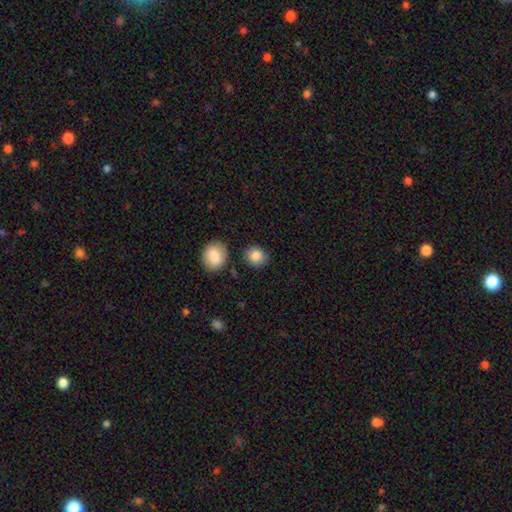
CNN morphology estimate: type=smooth (86%); roundness=round (74%); merging=none (81%).